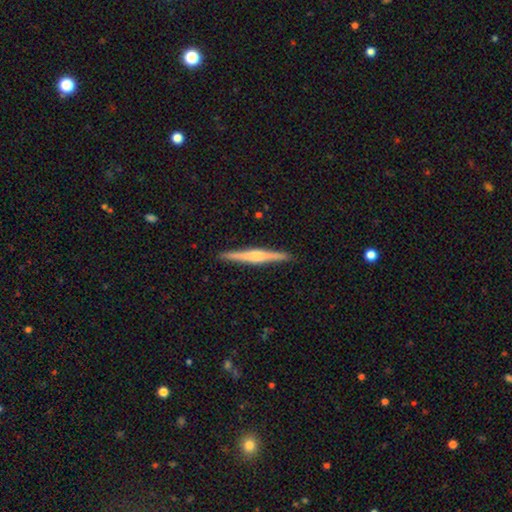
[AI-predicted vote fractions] smooth-or-featured: featured or disk: 68% | smooth: 26% | star or artifact: 5%
  disk-edge-on: yes: 98% | no: 2%
    edge-on-bulge: rounded: 67% | boxy: 20% | none: 13%
  merging: none: 91% | minor disturbance: 6% | major disturbance: 1% | merger: 1%